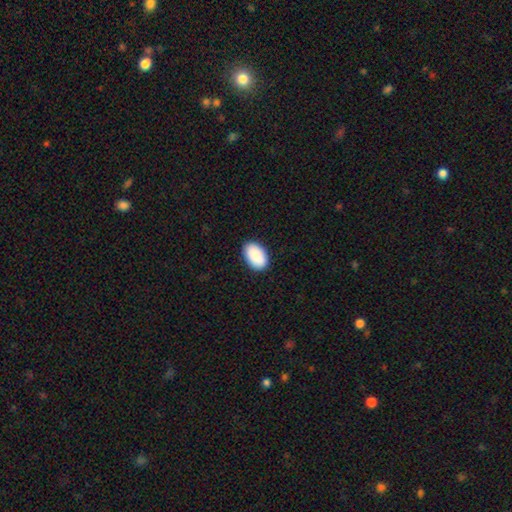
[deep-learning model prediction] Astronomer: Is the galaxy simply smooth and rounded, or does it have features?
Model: smooth — 90%.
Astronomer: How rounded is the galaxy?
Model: in between — 93%.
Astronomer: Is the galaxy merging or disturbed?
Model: none — 88%.